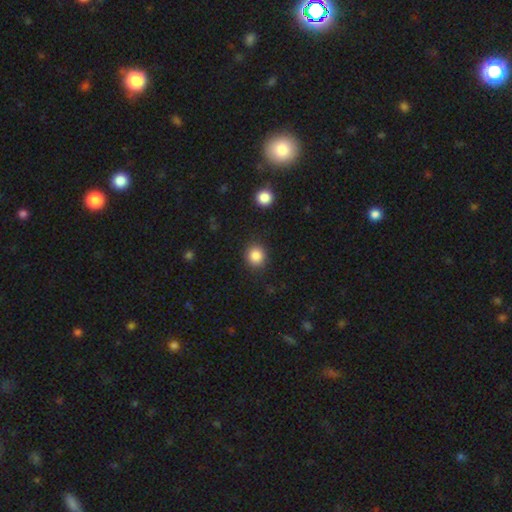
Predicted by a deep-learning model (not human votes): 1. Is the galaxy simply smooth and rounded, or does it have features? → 86% smooth, 10% star or artifact, 4% featured or disk.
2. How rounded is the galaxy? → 85% round, 14% in between, 1% cigar-shaped.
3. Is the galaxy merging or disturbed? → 88% none, 7% minor disturbance, 3% major disturbance, 2% merger.